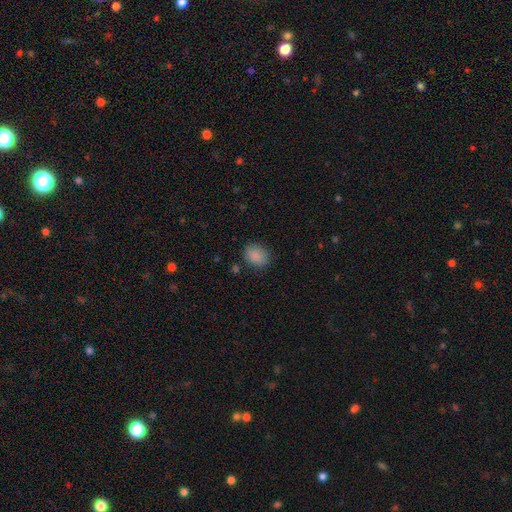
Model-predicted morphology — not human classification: Smooth or featured? Predicted: smooth (p=0.87). How rounded? Predicted: in between (p=0.61). Merging? Predicted: none (p=0.82).